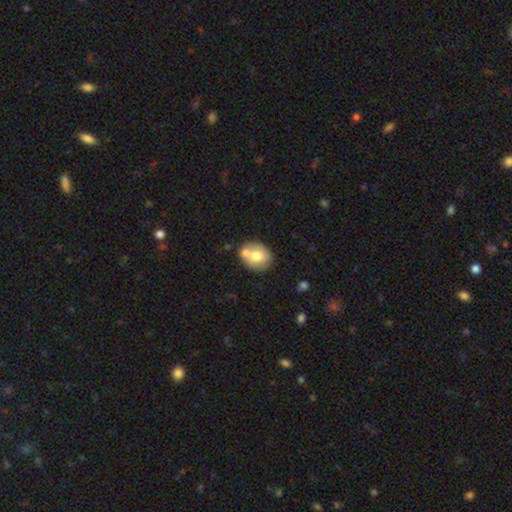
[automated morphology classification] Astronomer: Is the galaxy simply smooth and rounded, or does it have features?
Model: smooth — 68%.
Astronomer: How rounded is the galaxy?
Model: round — 53% (runner-up: in between, 47%).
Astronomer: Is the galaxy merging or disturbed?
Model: none — 54%.